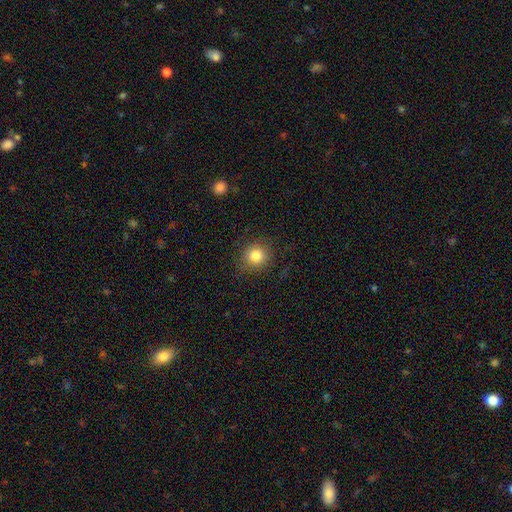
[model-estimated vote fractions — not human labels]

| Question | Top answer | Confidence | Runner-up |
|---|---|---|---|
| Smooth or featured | smooth | 82% | star or artifact (11%) |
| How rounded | round | 90% | in between (9%) |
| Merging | none | 85% | minor disturbance (10%) |